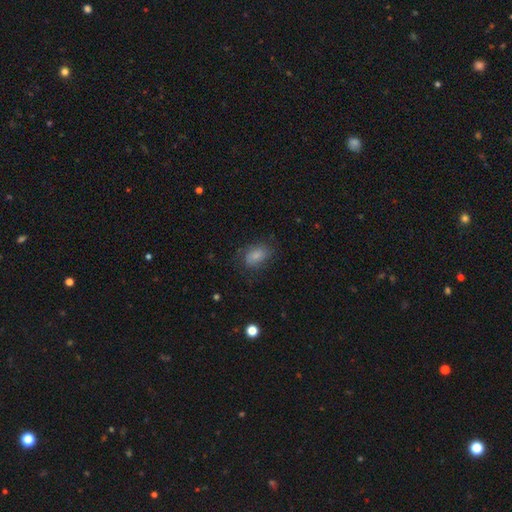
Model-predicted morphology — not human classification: The model was most divided on "merging": none: 68%, minor disturbance: 21%, major disturbance: 9%, merger: 1%. More confident: how rounded — in between (86%); smooth or featured — smooth (77%).